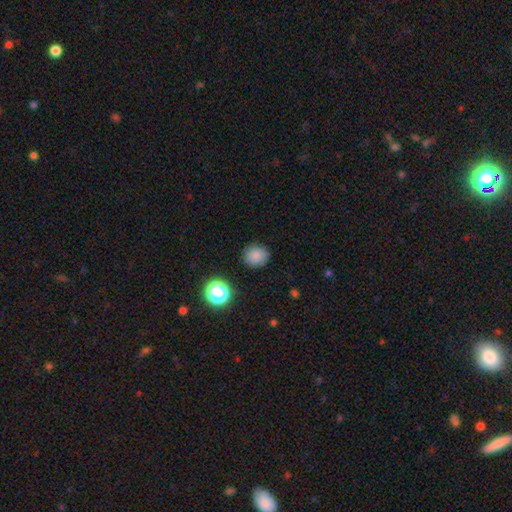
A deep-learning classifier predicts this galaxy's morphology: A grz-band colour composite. It shows a smooth galaxy with no disk features (83%) that is round (82%). Merging: none (87%).